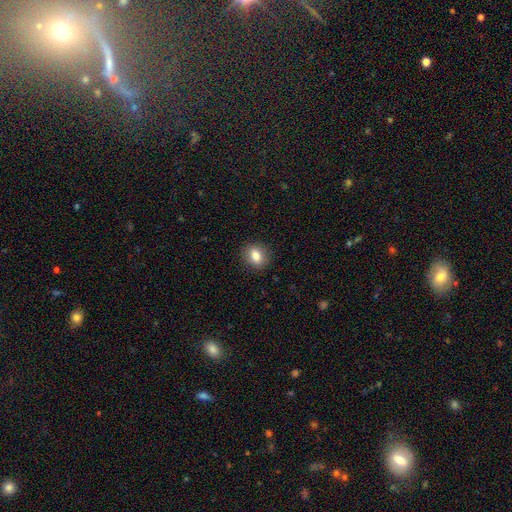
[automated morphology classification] Smooth or featured?
  - smooth: 82% *
  - star or artifact: 9%
  - featured or disk: 9%
How rounded?
  - round: 53% *
  - in between: 46%
  - cigar-shaped: 1%
Merging?
  - none: 89% *
  - minor disturbance: 8%
  - major disturbance: 2%
  - merger: 1%